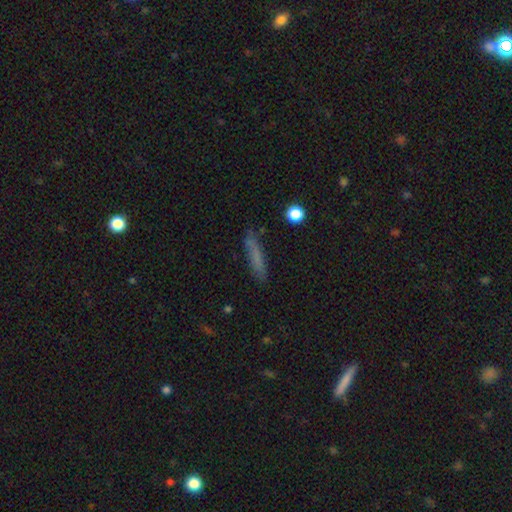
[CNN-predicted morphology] type=smooth (69%); roundness=cigar-shaped (88%); merging=none (80%).